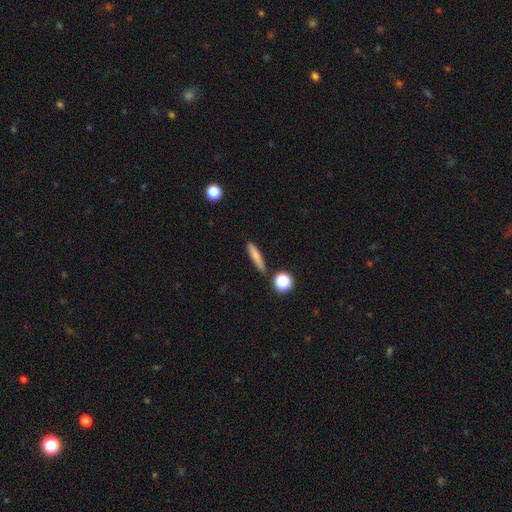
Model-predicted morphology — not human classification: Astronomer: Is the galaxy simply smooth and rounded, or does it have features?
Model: smooth — 77%.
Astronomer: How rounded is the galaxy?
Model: cigar-shaped — 82%.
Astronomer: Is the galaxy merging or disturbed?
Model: none — 85%.